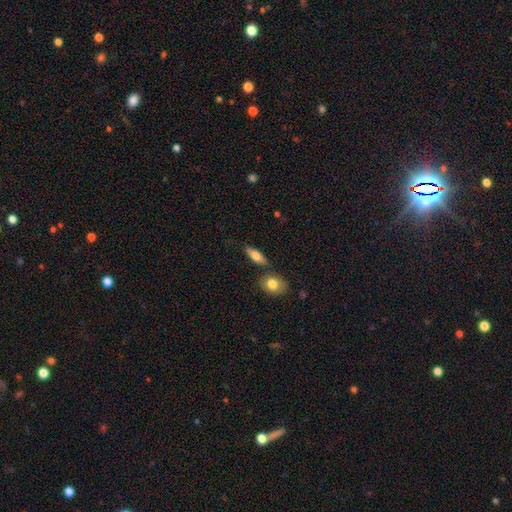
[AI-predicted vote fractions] Smooth or featured? Predicted: smooth (p=0.71). How rounded? Predicted: in between (p=0.71). Merging? Predicted: none (p=0.72).